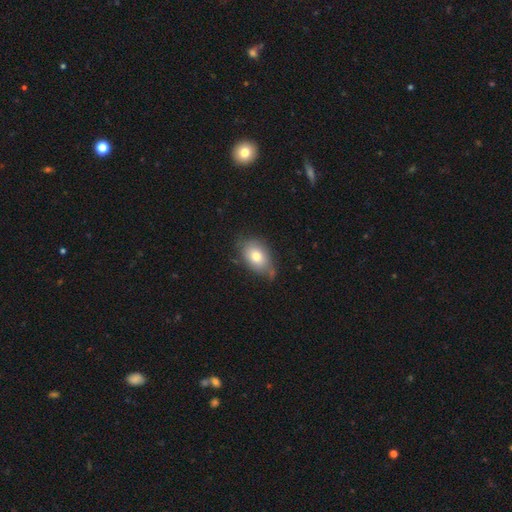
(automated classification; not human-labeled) Smooth or featured? smooth (76%)
How rounded? in between (82%)
Merging? none (61%)